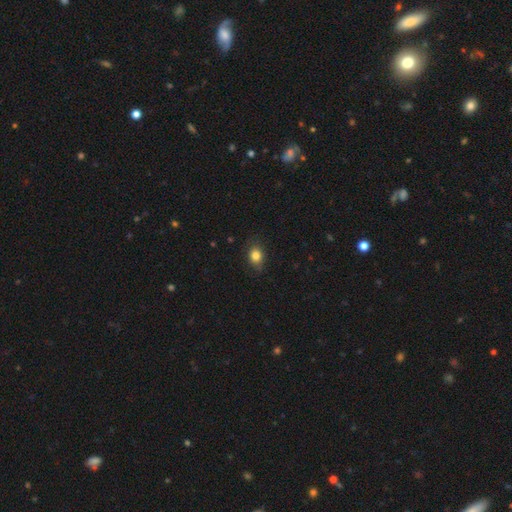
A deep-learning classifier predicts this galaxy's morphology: Smooth or featured? Predicted: smooth (p=0.82). How rounded? Predicted: in between (p=0.51). Merging? Predicted: none (p=0.77).